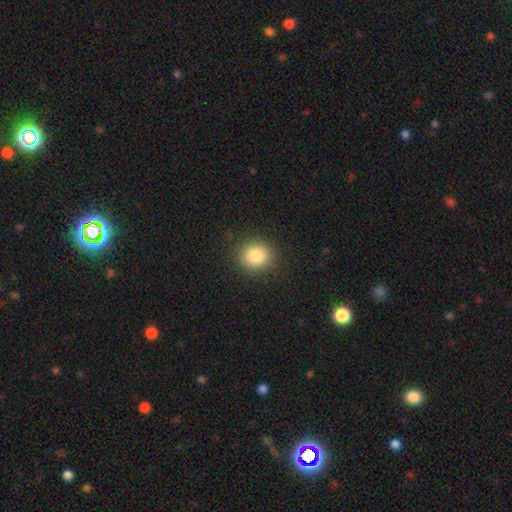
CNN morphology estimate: This is clearly a smooth galaxy (84%). How rounded: clearly round (82%). Merging: clearly none (88%).